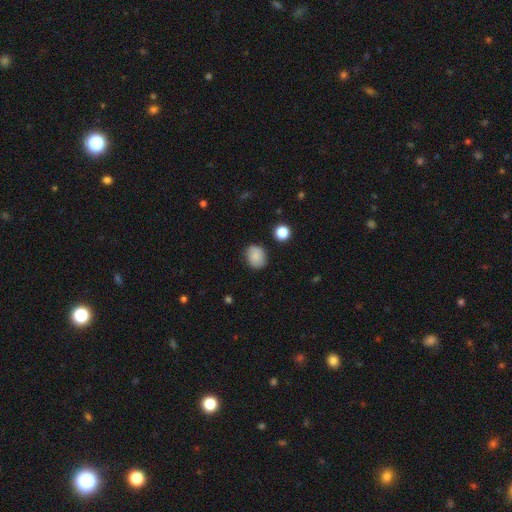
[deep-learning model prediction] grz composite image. It shows a smooth galaxy with no disk features (84%) that is round (56%). Merging: none (82%).